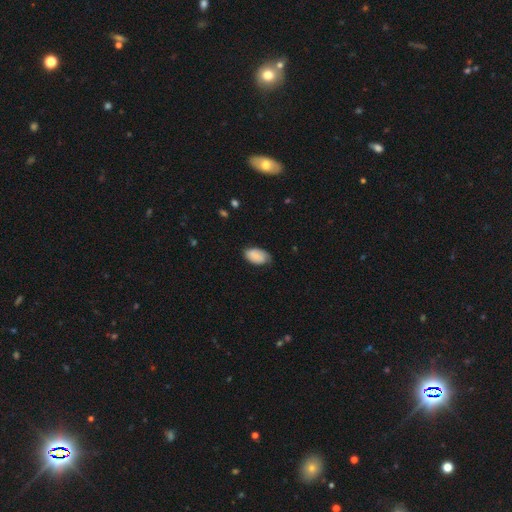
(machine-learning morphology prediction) Smooth or featured? smooth (79%)
How rounded? in between (93%)
Merging? none (63%)